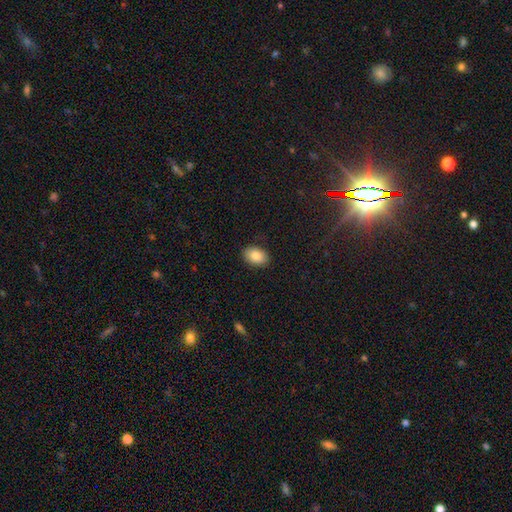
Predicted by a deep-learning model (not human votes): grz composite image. It shows a smooth galaxy with no disk features (86%) that is in between round and cigar-shaped (86%). Merging: none (88%).